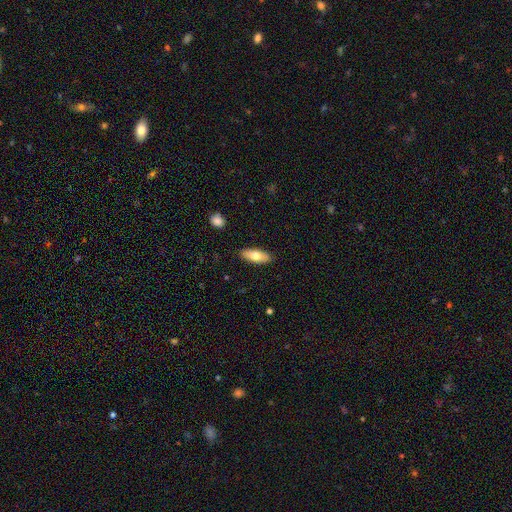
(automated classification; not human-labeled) This is likely a smooth galaxy (73%). How rounded: likely in between (76%). Merging: clearly none (89%).